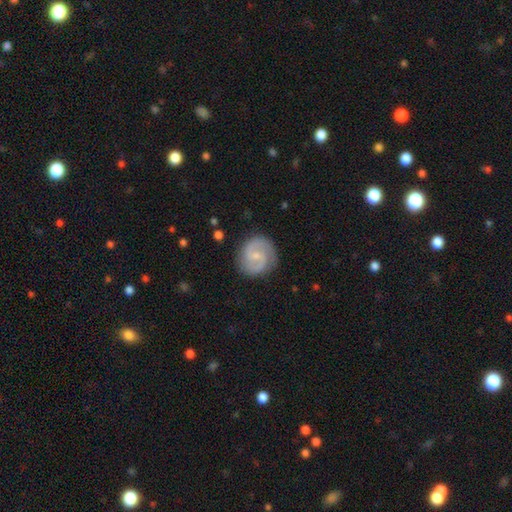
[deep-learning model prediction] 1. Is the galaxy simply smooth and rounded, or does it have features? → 83% featured or disk, 12% smooth, 5% star or artifact.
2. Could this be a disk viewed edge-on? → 98% no, 2% yes.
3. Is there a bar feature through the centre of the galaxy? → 47% weak, 44% no, 9% strong.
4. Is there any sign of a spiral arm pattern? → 96% yes, 4% no.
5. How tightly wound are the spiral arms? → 53% medium, 31% tight, 16% loose.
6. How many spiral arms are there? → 92% 2, 3% can't tell, 2% 1, 1% 3, 1% 4, 1% more than 4.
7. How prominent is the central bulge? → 68% small, 24% moderate, 6% none, 1% large, 1% dominant.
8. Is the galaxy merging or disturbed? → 86% none, 10% minor disturbance, 3% major disturbance, 1% merger.